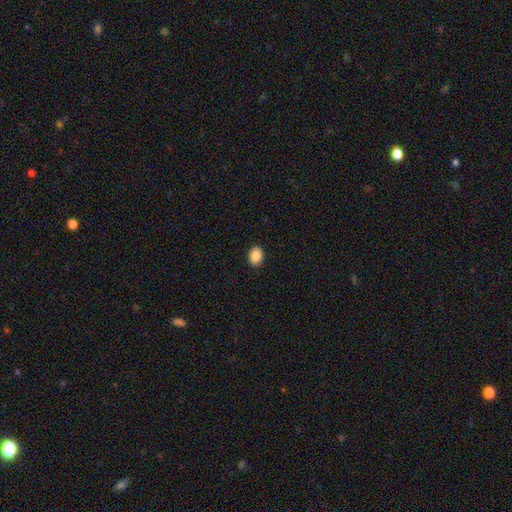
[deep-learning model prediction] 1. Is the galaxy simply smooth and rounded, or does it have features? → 89% smooth, 8% star or artifact, 3% featured or disk.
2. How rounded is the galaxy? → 64% in between, 35% round, 1% cigar-shaped.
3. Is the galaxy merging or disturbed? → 91% none, 6% minor disturbance, 2% major disturbance, 1% merger.